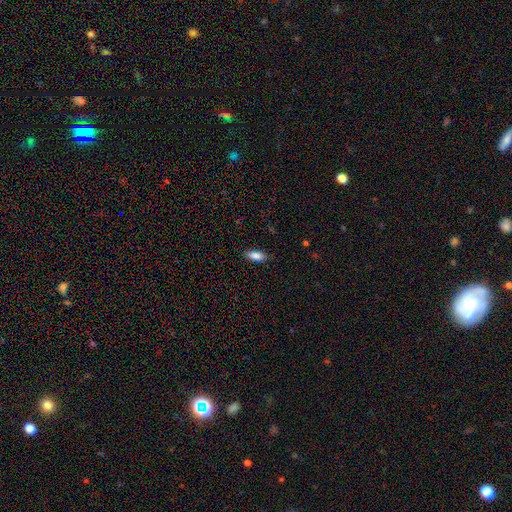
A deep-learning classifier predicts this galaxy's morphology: smooth 86%, star or artifact 7%, featured or disk 7%. Down the decision tree: how rounded — in between (80%); merging — none (86%).